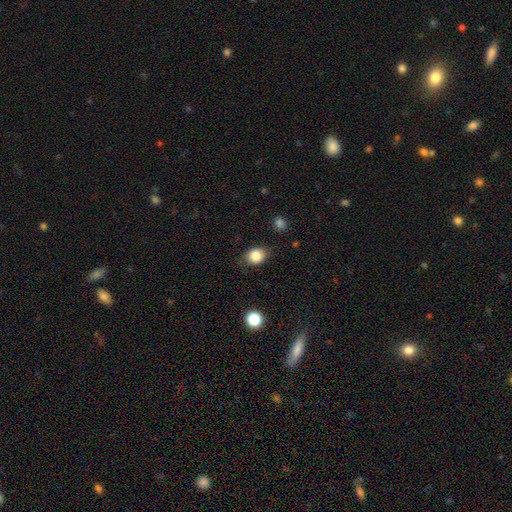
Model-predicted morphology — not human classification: Smooth or featured?
  - smooth: 85% *
  - star or artifact: 9%
  - featured or disk: 6%
How rounded?
  - round: 53% *
  - in between: 46%
  - cigar-shaped: 1%
Merging?
  - none: 78% *
  - minor disturbance: 16%
  - major disturbance: 4%
  - merger: 2%